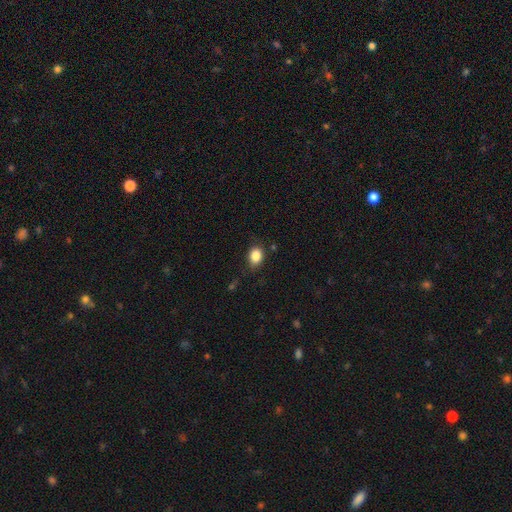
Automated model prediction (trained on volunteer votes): Q: Smooth or featured?
A: smooth (86%); runner-up: star or artifact (9%)
Q: How rounded?
A: in between (63%); runner-up: round (36%)
Q: Merging?
A: none (78%); runner-up: minor disturbance (16%)